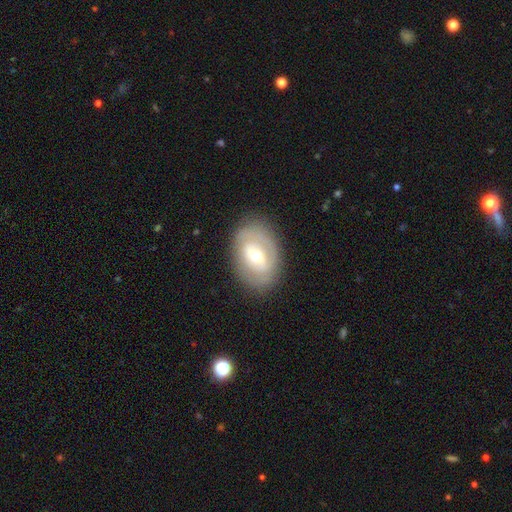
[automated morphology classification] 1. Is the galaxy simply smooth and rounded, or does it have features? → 60% featured or disk, 33% smooth, 7% star or artifact.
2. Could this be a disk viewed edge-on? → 92% no, 8% yes.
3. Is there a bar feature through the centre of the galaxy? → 40% weak, 35% no, 25% strong.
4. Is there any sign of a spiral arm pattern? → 58% no, 42% yes.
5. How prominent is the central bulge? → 57% moderate, 37% small, 5% large, 1% dominant, 1% none.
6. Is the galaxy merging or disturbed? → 80% none, 14% minor disturbance, 5% major disturbance, 1% merger.